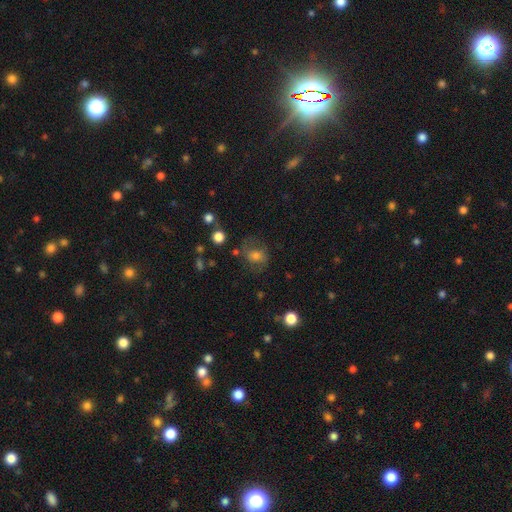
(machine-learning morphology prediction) Smooth or featured: smooth — 49% (featured or disk — 37%)
Merging: none — 59% (minor disturbance — 21%)